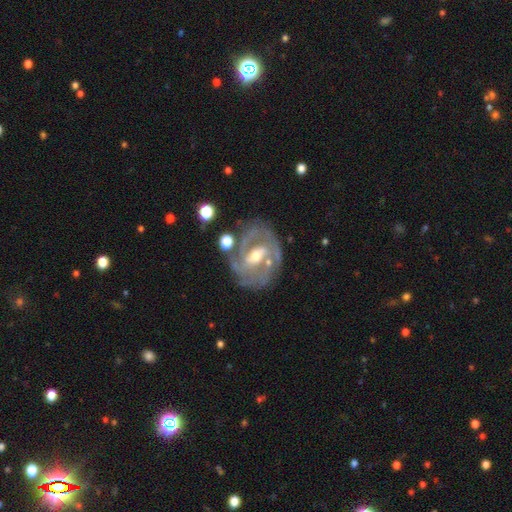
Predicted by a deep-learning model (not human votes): The model was most divided on "spiral winding": tight: 49%, medium: 40%, loose: 11%. Remaining: edge-on disk — no (97%); spiral arms — yes (91%); smooth or featured — featured or disk (86%); merging — none (66%); bulge size — moderate (61%); bar — weak (45%); spiral arm count — 2 (40%).